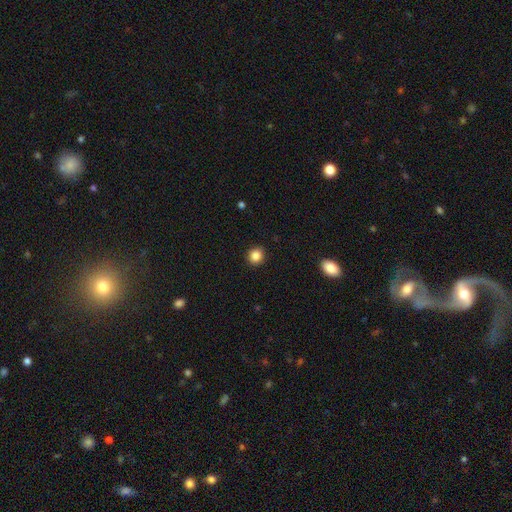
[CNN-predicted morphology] Smooth or featured?
  - smooth: 86% *
  - star or artifact: 10%
  - featured or disk: 4%
How rounded?
  - round: 88% *
  - in between: 11%
  - cigar-shaped: 1%
Merging?
  - none: 92% *
  - minor disturbance: 5%
  - major disturbance: 2%
  - merger: 1%